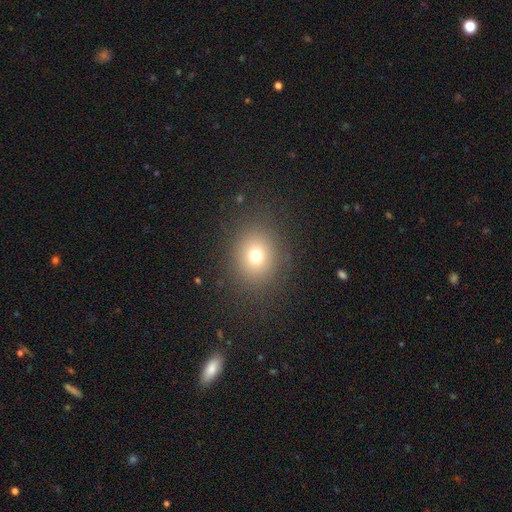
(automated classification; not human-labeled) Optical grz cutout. It shows a smooth galaxy with no disk features (72%) that is round (71%). Merging: none (85%).